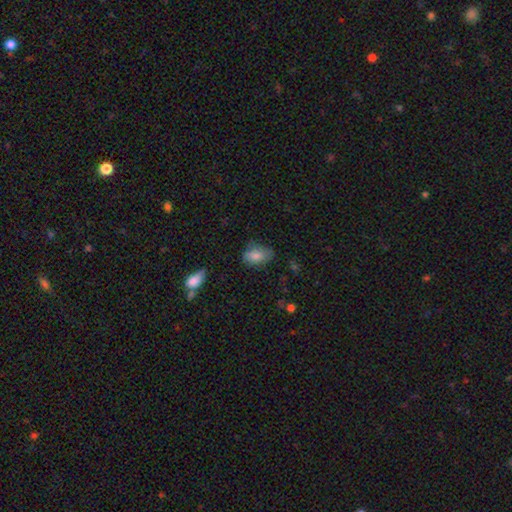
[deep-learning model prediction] Smooth or featured: smooth — 80% (featured or disk — 12%)
How rounded: in between — 89% (round — 9%)
Merging: none — 61% (minor disturbance — 30%)